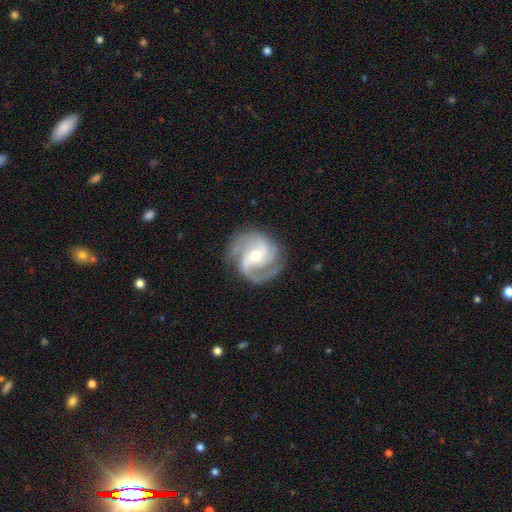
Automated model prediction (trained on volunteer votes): This is clearly a featured or disk galaxy (91%). It is clearly not viewed edge-on (98%). Bar: possibly weak (46%). Spiral arm pattern: clearly yes (98%). Spiral arm count: marginally 3 (42%). Spiral winding: possibly medium (51%). Central bulge: possibly moderate (59%). Merging: likely none (78%).